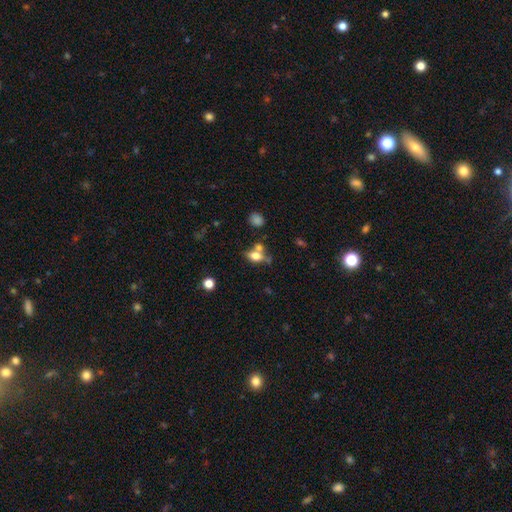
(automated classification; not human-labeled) smooth-or-featured: smooth: 64% | featured or disk: 25% | star or artifact: 11%
  how-rounded: in between: 72% | round: 17% | cigar-shaped: 11%
  merging: none: 49% | merger: 29% | minor disturbance: 14% | major disturbance: 7%